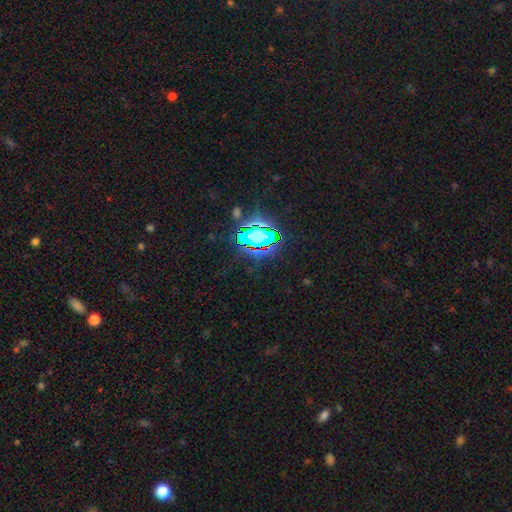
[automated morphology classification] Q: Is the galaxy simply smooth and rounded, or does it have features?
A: star or artifact — 81%.